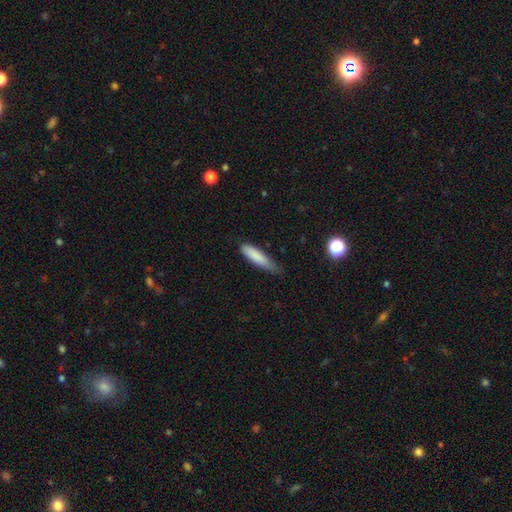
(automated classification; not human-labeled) Q: Smooth or featured?
A: smooth (85%); runner-up: featured or disk (9%)
Q: How rounded?
A: cigar-shaped (73%); runner-up: in between (26%)
Q: Merging?
A: none (59%); runner-up: minor disturbance (34%)